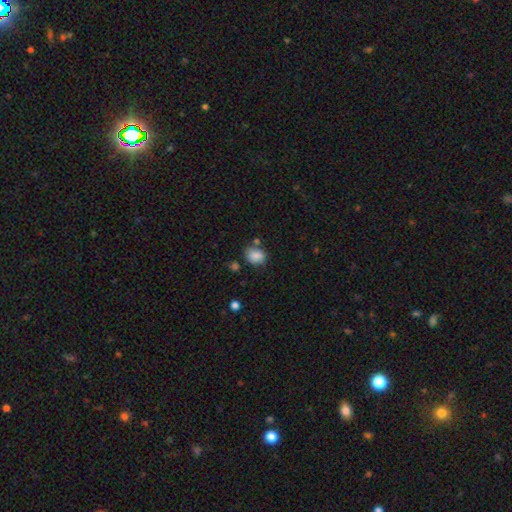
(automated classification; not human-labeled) This is clearly a smooth galaxy (85%). How rounded: possibly in between (53%). Merging: likely none (68%).